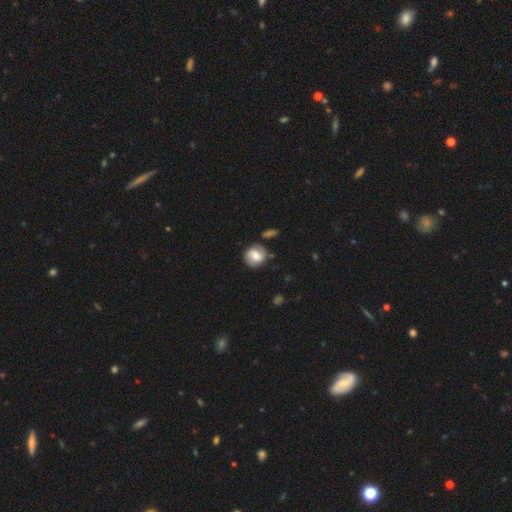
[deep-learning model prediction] smooth 58%, featured or disk 35%, star or artifact 7%. Down the decision tree: how rounded — round (78%); merging — none (73%).